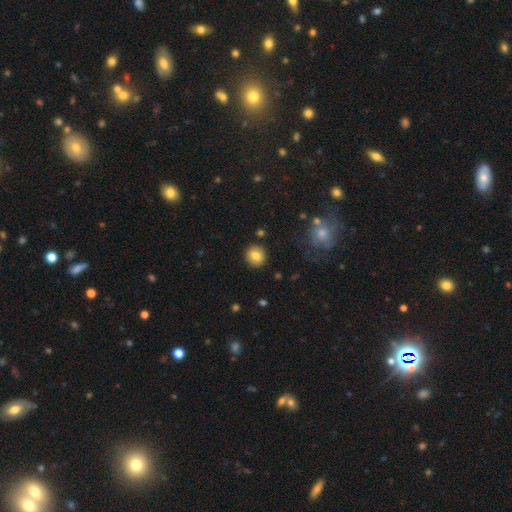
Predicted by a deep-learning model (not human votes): Morphology: type=smooth (82%); roundness=round (82%); merging=none (89%).